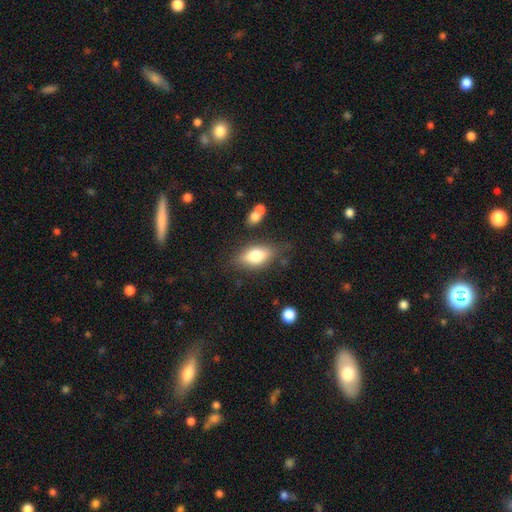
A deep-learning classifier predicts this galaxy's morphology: smooth-or-featured: smooth: 72% | featured or disk: 20% | star or artifact: 8%
  how-rounded: in between: 85% | cigar-shaped: 9% | round: 6%
  merging: none: 72% | minor disturbance: 18% | major disturbance: 5% | merger: 4%